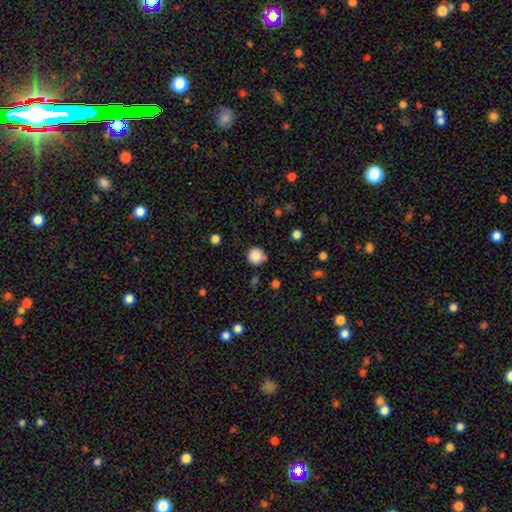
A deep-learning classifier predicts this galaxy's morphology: smooth-or-featured: smooth: 86% | star or artifact: 10% | featured or disk: 4%
  how-rounded: round: 93% | in between: 6% | cigar-shaped: 1%
  merging: none: 77% | minor disturbance: 16% | major disturbance: 4% | merger: 3%